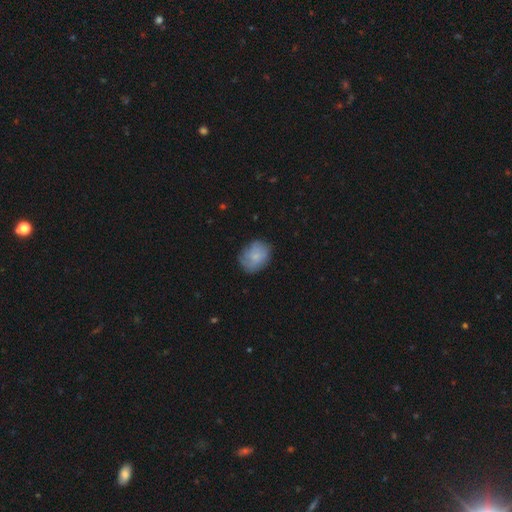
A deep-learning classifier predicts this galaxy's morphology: Q: Smooth or featured?
A: smooth (69%); runner-up: featured or disk (23%)
Q: How rounded?
A: in between (55%); runner-up: round (44%)
Q: Merging?
A: none (68%); runner-up: minor disturbance (24%)